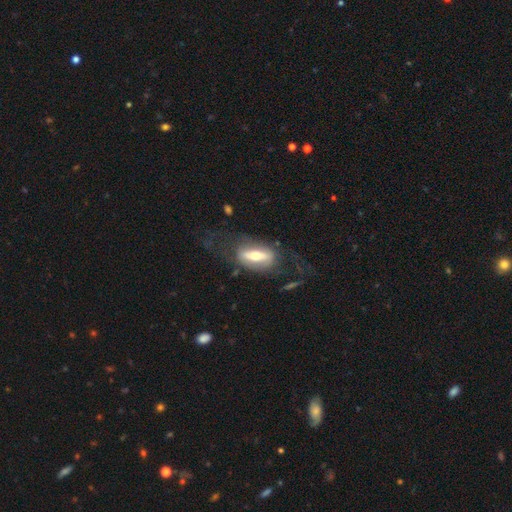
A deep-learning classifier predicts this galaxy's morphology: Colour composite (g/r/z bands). It shows a featured or disk galaxy (61%). Merging: none (53%).